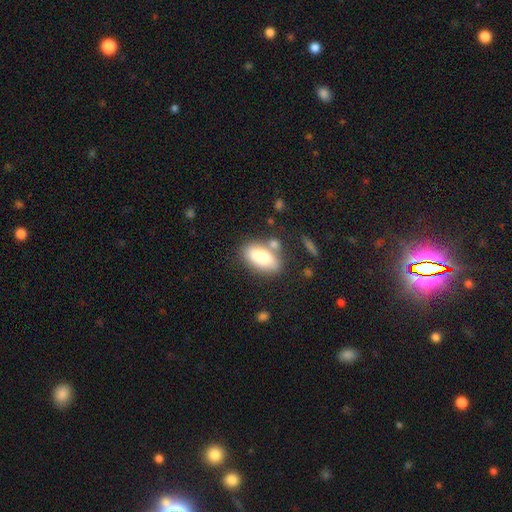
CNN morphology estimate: Smooth or featured? smooth (75%)
How rounded? in between (89%)
Merging? none (62%)